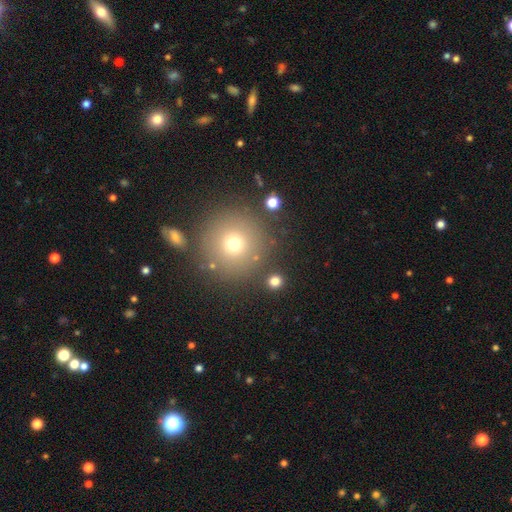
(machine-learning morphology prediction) A smooth galaxy with no disk features (61%) that is round (95%).

Vote fractions:
- Smooth or featured? smooth: 61% / star or artifact: 26% / featured or disk: 13%
- How rounded? round: 95% / in between: 4% / cigar-shaped: 1%
- Merging? none: 85% / minor disturbance: 7% / merger: 5% / major disturbance: 3%